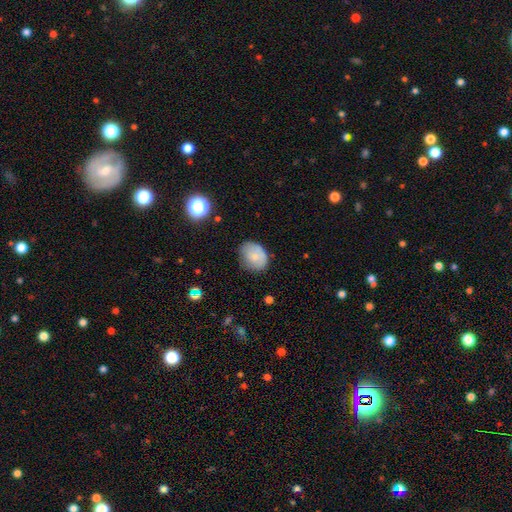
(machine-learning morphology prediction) Overall: smooth (73%). How rounded: in between (60%; round 39%). Merging: none (65%; minor disturbance 26%).